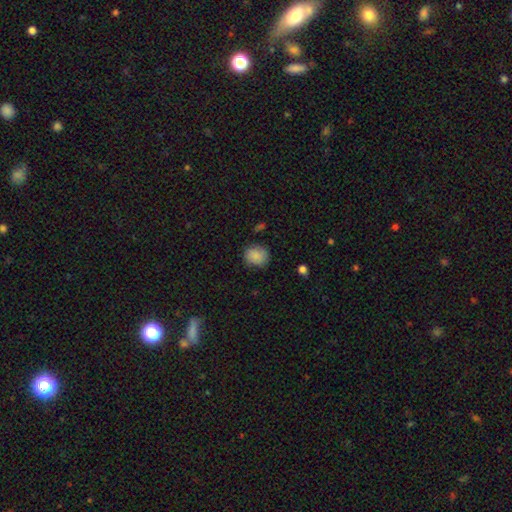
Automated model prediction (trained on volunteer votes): Smooth or featured? Predicted: smooth (p=0.86). How rounded? Predicted: round (p=0.72). Merging? Predicted: none (p=0.79).